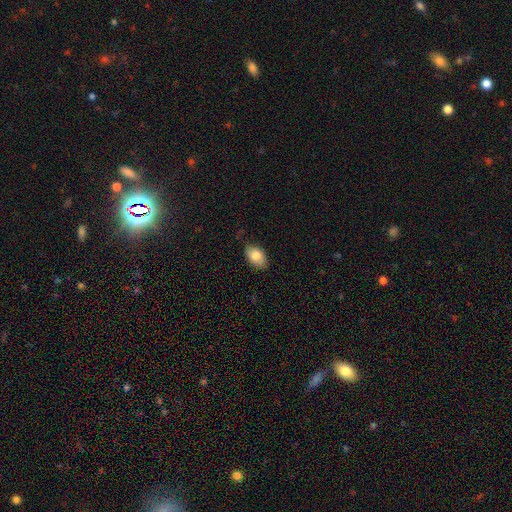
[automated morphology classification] Smooth or featured? smooth (85%)
How rounded? in between (92%)
Merging? none (76%)